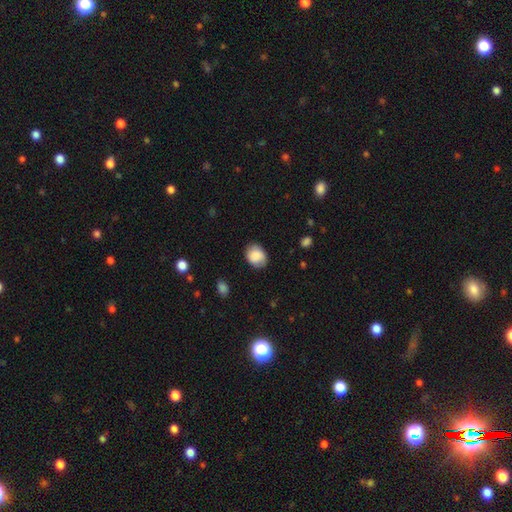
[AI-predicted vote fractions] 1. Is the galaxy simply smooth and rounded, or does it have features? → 85% smooth, 8% featured or disk, 7% star or artifact.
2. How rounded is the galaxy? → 51% in between, 48% round, 1% cigar-shaped.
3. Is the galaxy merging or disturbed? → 77% none, 18% minor disturbance, 4% major disturbance, 1% merger.